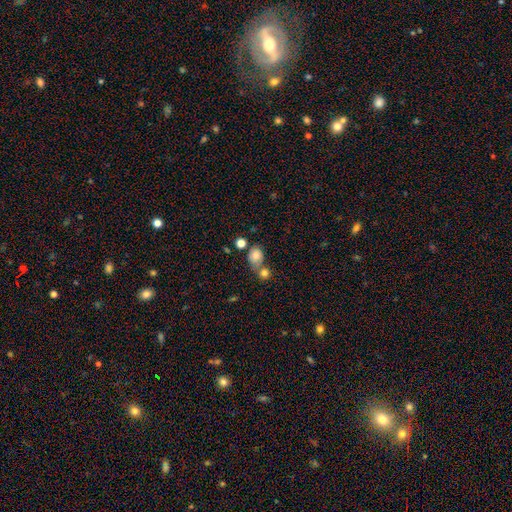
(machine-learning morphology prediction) Overall: smooth (79%). How rounded: round (51%; in between 48%). Merging: none (45%; merger 36%).